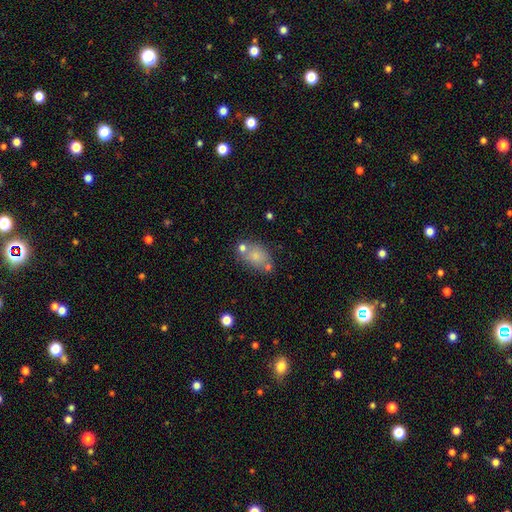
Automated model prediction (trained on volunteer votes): smooth-or-featured: smooth: 74% | featured or disk: 17% | star or artifact: 10%
  how-rounded: in between: 83% | round: 14% | cigar-shaped: 2%
  merging: none: 59% | merger: 18% | minor disturbance: 17% | major disturbance: 6%